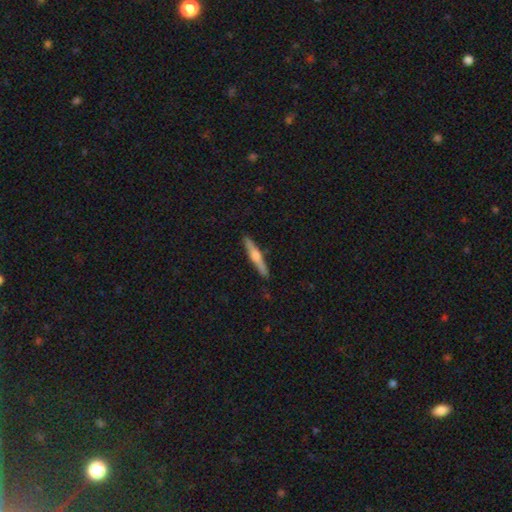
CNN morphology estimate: featured or disk 60%, smooth 34%, star or artifact 6%. Down the decision tree: edge-on disk — yes (97%); edge-on bulge — rounded (83%); merging — none (90%).